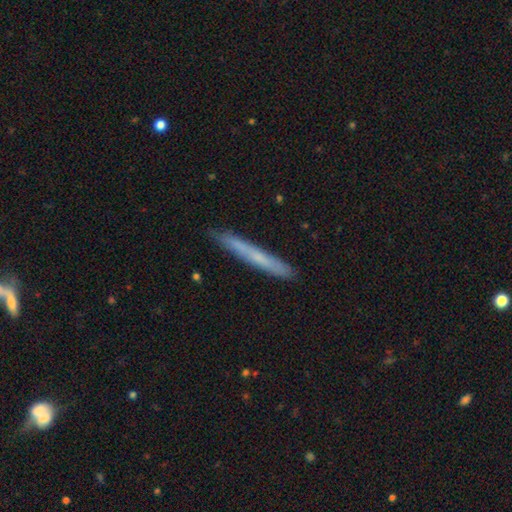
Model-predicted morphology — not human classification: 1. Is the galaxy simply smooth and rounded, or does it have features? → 57% smooth, 36% featured or disk, 7% star or artifact.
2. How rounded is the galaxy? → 97% cigar-shaped, 2% in between, 1% round.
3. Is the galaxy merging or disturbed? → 88% none, 9% minor disturbance, 1% major disturbance, 1% merger.